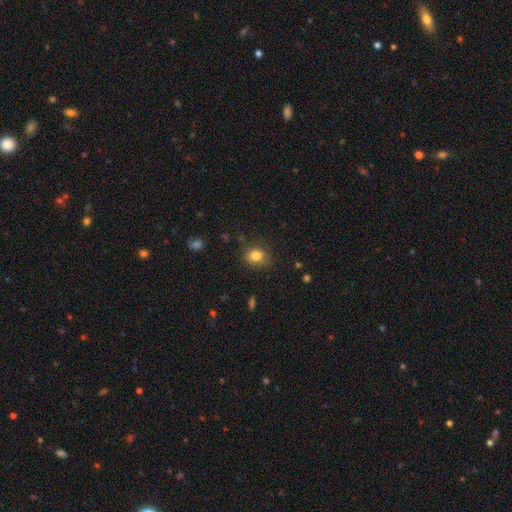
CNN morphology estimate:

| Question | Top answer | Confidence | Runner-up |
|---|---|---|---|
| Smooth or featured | smooth | 83% | star or artifact (11%) |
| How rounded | round | 56% | in between (43%) |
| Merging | none | 79% | minor disturbance (15%) |